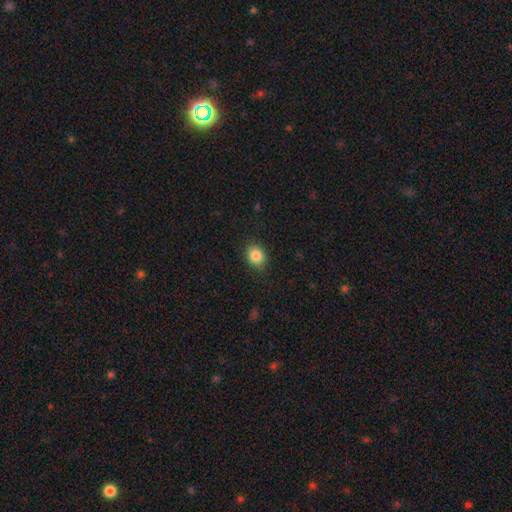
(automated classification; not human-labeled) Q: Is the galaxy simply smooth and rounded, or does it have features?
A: smooth — 86%.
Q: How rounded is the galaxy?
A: round — 56%.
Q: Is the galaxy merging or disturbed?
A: none — 86%.